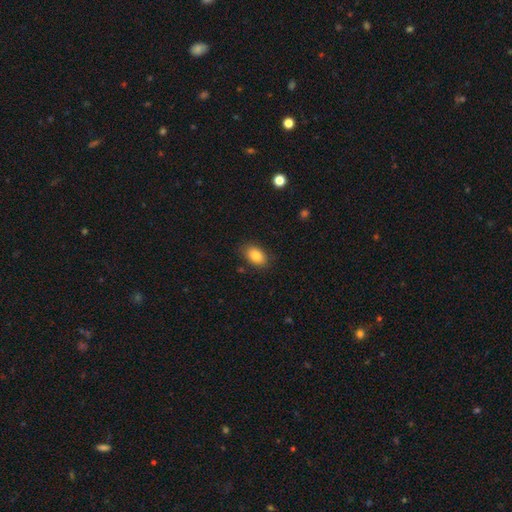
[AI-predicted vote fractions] smooth-or-featured: smooth: 83% | featured or disk: 9% | star or artifact: 8%
  how-rounded: in between: 87% | round: 12% | cigar-shaped: 1%
  merging: none: 84% | minor disturbance: 11% | major disturbance: 3% | merger: 1%